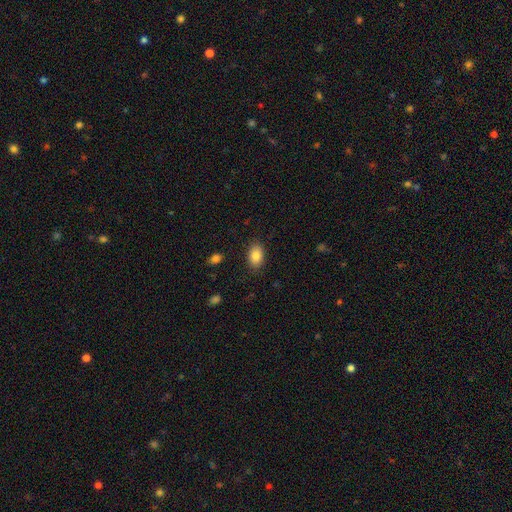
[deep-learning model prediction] Q: Smooth or featured?
A: smooth (85%); runner-up: star or artifact (8%)
Q: How rounded?
A: in between (88%); runner-up: round (11%)
Q: Merging?
A: none (86%); runner-up: minor disturbance (10%)